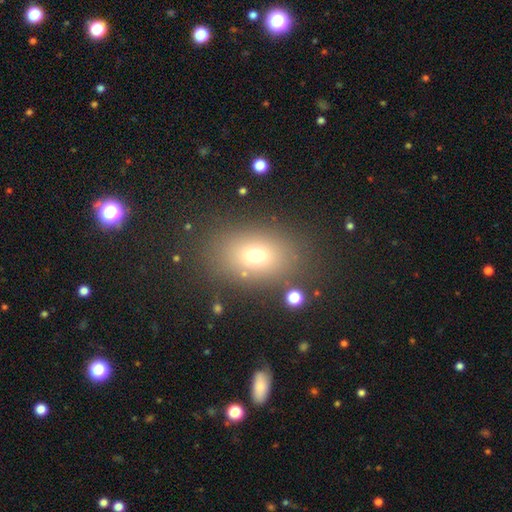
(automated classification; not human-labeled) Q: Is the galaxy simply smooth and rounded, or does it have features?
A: smooth — 68%.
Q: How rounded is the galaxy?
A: in between — 71%.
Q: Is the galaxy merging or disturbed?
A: none — 81%.